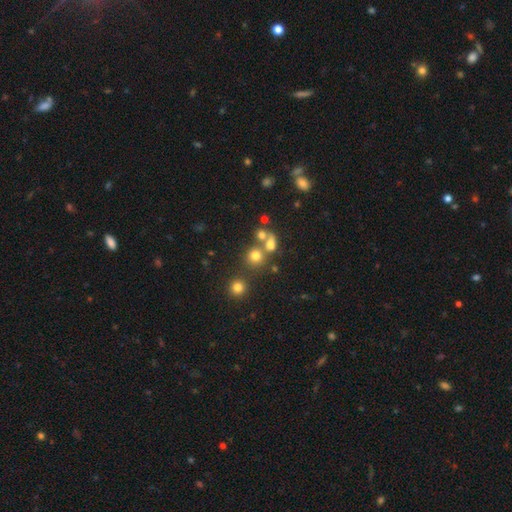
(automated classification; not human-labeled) This is likely a smooth galaxy (70%). How rounded: clearly round (83%). Merging: possibly none (58%).